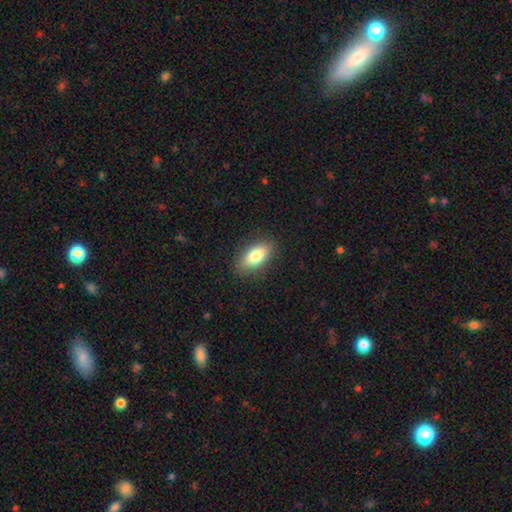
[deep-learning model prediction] A smooth galaxy with no disk features (81%) that is in between round and cigar-shaped (88%).

Vote fractions:
- Smooth or featured? smooth: 81% / featured or disk: 12% / star or artifact: 7%
- How rounded? in between: 88% / cigar-shaped: 8% / round: 4%
- Merging? none: 86% / minor disturbance: 10% / major disturbance: 3% / merger: 1%